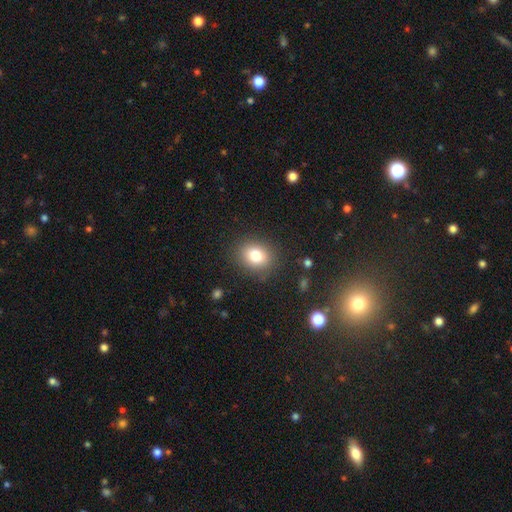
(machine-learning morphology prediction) smooth_or_featured: smooth (p=0.80) [alt: star or artifact p=0.12]
how_rounded: round (p=0.59) [alt: in between p=0.40]
merging: none (p=0.87) [alt: minor disturbance p=0.09]